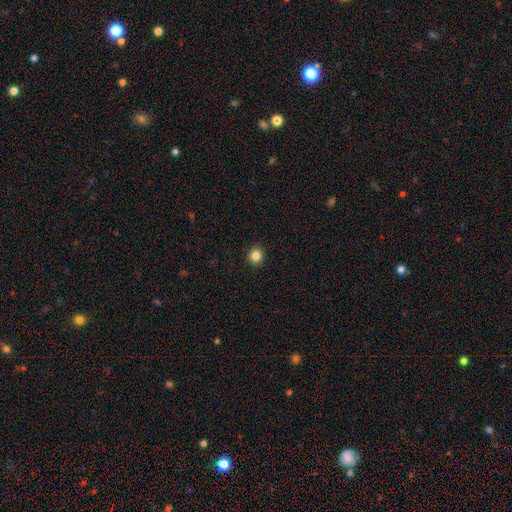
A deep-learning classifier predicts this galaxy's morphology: This is clearly a smooth galaxy (84%). How rounded: clearly round (91%). Merging: clearly none (93%).